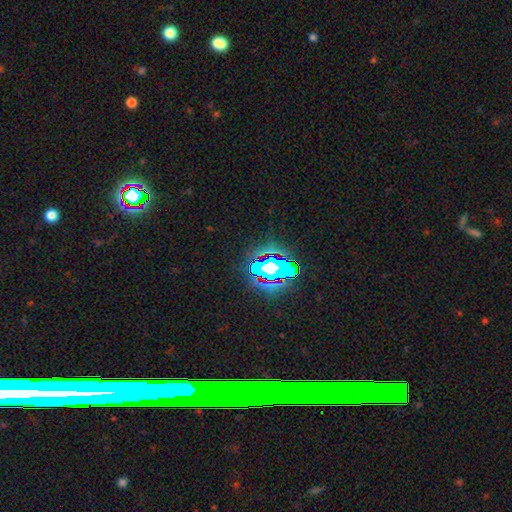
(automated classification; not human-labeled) A star or artifact, not a galaxy (74%).

Vote fractions:
- Smooth or featured? star or artifact: 74% / featured or disk: 14% / smooth: 12%